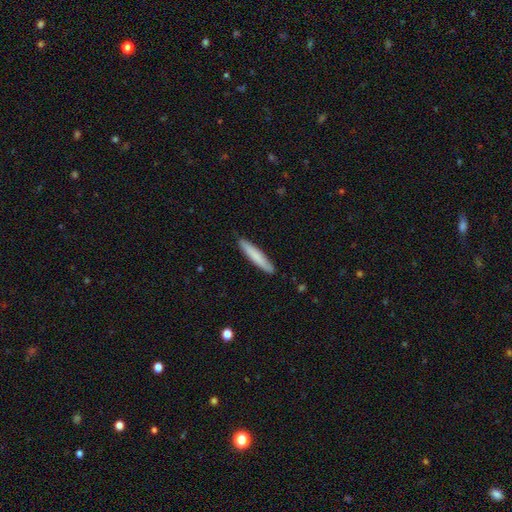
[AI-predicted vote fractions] Smooth or featured? Predicted: smooth (p=0.78). How rounded? Predicted: cigar-shaped (p=0.92). Merging? Predicted: none (p=0.89).